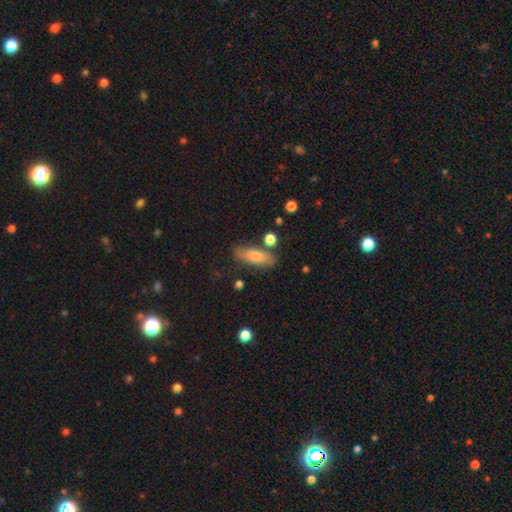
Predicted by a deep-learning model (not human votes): Smooth or featured? Predicted: smooth (p=0.74). How rounded? Predicted: in between (p=0.60). Merging? Predicted: none (p=0.77).